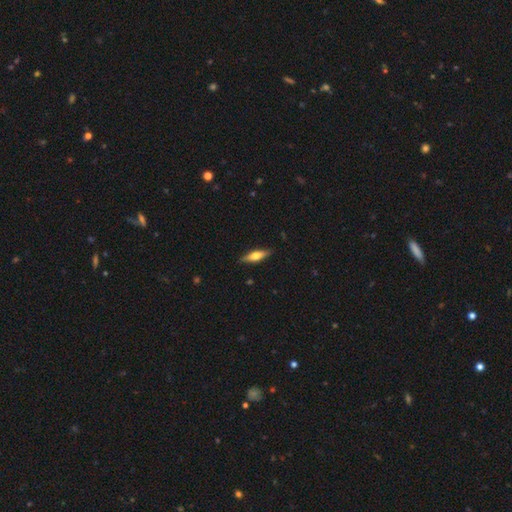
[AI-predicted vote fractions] Smooth or featured?
  - featured or disk: 51% *
  - smooth: 43%
  - star or artifact: 6%
Edge-on disk?
  - yes: 93% *
  - no: 7%
Merging?
  - none: 89% *
  - minor disturbance: 9%
  - major disturbance: 2%
  - merger: 1%